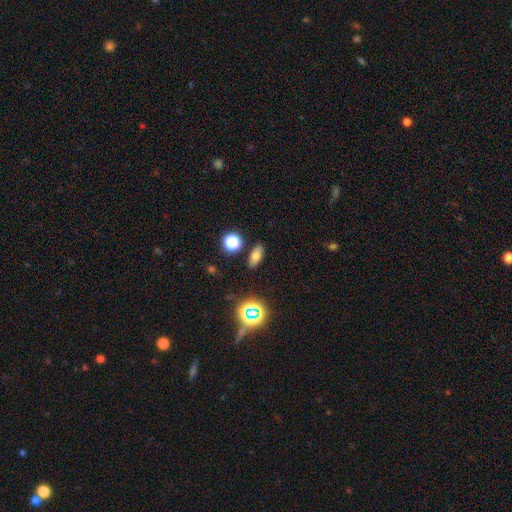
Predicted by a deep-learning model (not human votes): The model was most divided on "smooth or featured": smooth: 70%, star or artifact: 19%, featured or disk: 11%. More confident: merging — none (86%); how rounded — in between (73%).